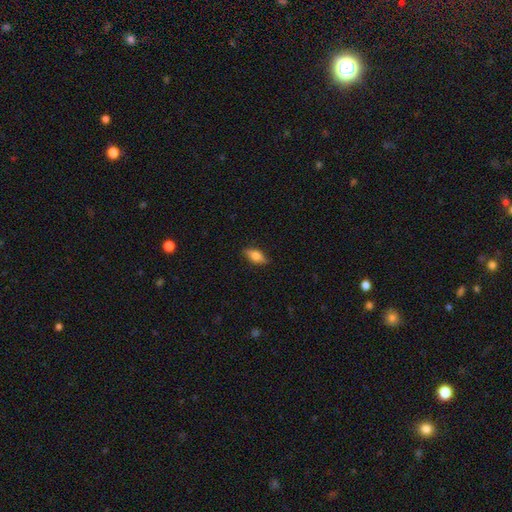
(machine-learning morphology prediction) smooth 64%, featured or disk 28%, star or artifact 8%. Down the decision tree: how rounded — in between (78%); merging — none (84%).